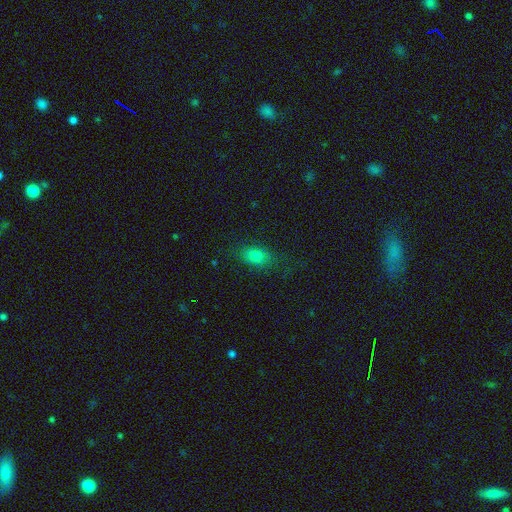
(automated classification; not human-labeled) smooth_or_featured: smooth (p=0.79) [alt: star or artifact p=0.12]
how_rounded: in between (p=0.82) [alt: round p=0.13]
merging: none (p=0.79) [alt: minor disturbance p=0.15]